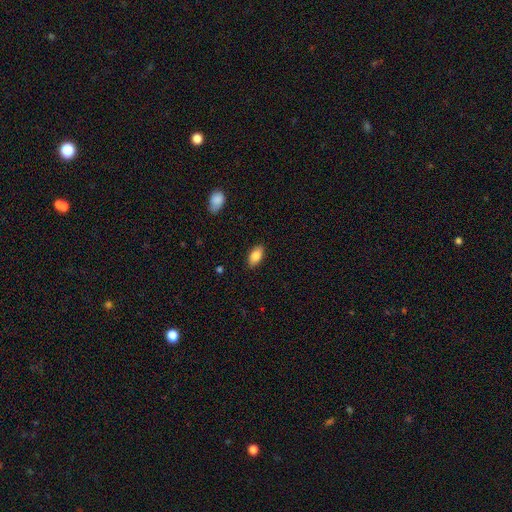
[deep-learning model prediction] This is clearly a smooth galaxy (86%). How rounded: clearly in between (92%). Merging: clearly none (87%).